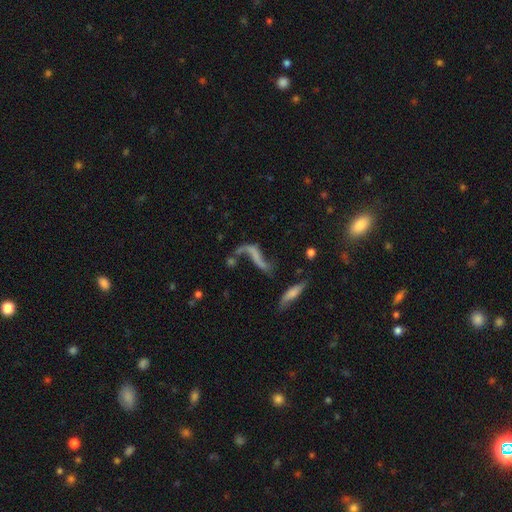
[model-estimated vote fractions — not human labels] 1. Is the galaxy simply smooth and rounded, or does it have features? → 60% featured or disk, 26% smooth, 14% star or artifact.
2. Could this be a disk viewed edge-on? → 84% no, 16% yes.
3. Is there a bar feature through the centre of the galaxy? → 58% no, 22% weak, 20% strong.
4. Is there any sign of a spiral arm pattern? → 63% yes, 37% no.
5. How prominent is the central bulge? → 71% none, 18% small, 7% moderate, 3% large, 2% dominant.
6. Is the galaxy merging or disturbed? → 37% none, 26% major disturbance, 22% merger, 16% minor disturbance.